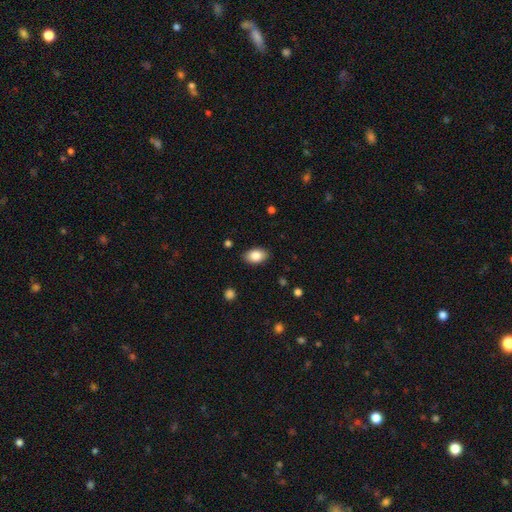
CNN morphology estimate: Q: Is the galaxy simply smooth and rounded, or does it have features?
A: smooth — 85%.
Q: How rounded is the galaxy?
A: in between — 89%.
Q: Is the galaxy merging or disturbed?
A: none — 88%.